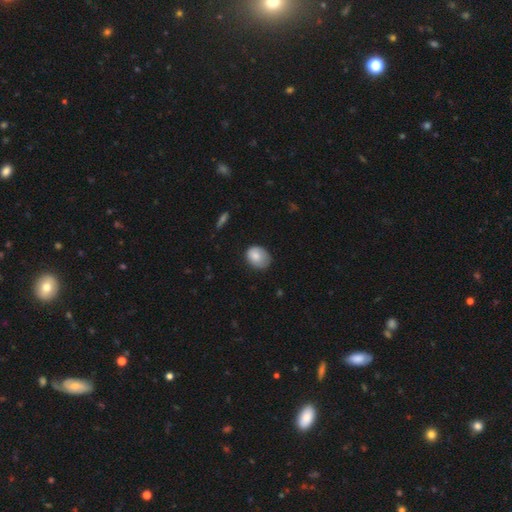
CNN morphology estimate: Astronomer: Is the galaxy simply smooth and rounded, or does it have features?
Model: smooth — 80%.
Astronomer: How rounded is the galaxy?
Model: in between — 54% (runner-up: round, 45%).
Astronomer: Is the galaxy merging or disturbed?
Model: none — 56% (runner-up: minor disturbance, 33%).